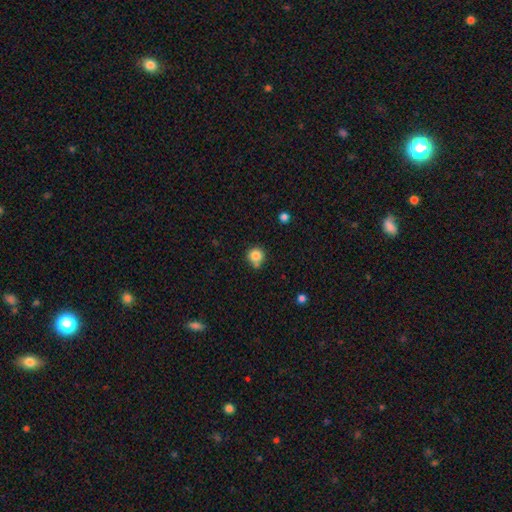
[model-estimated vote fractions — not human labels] smooth_or_featured: smooth (p=0.83) [alt: star or artifact p=0.11]
how_rounded: round (p=0.91) [alt: in between p=0.08]
merging: none (p=0.66) [alt: minor disturbance p=0.18]